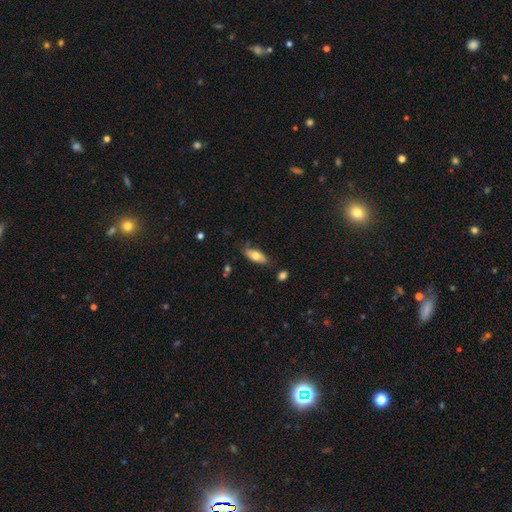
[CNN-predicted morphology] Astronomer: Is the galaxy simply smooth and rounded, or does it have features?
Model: smooth — 68%.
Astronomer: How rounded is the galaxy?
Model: in between — 78%.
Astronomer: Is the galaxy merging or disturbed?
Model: none — 78%.